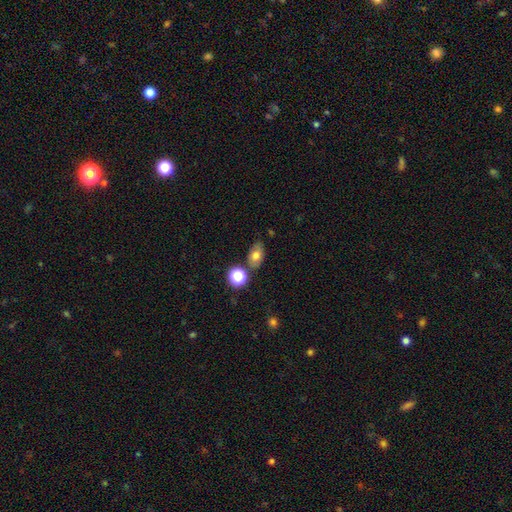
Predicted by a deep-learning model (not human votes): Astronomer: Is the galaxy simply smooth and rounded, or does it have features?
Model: smooth — 71%.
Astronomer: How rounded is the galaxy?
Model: in between — 81%.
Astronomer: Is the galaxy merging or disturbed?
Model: none — 72%.